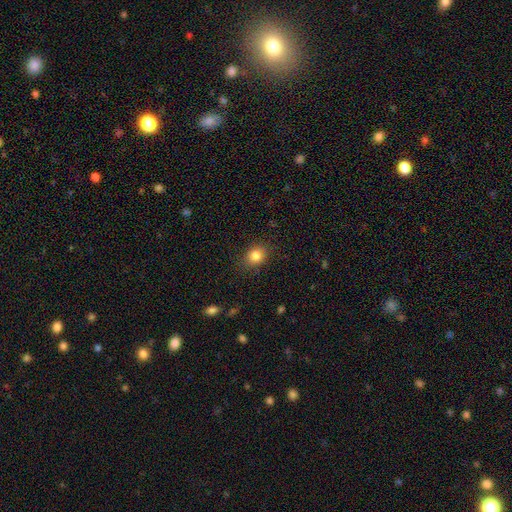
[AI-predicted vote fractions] smooth_or_featured: smooth (p=0.83) [alt: star or artifact p=0.11]
how_rounded: round (p=0.57) [alt: in between p=0.42]
merging: none (p=0.85) [alt: minor disturbance p=0.11]